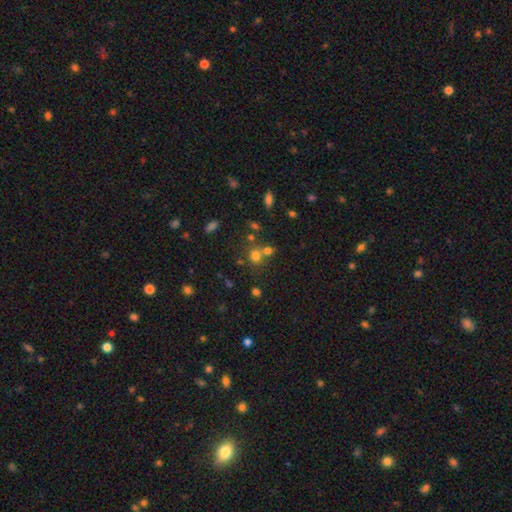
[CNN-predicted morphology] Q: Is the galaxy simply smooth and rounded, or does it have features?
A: smooth — 69%.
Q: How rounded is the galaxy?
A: round — 80%.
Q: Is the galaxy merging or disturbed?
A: none — 52%.